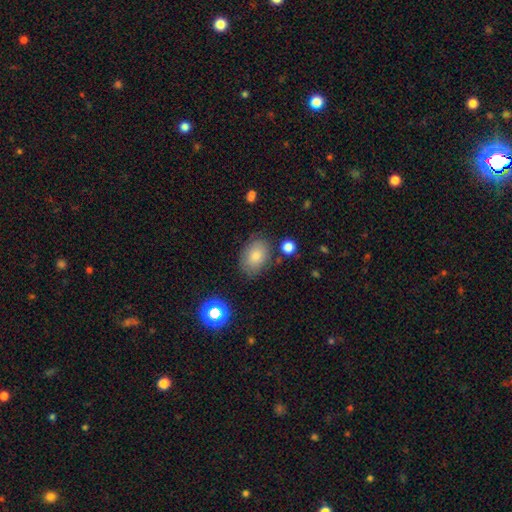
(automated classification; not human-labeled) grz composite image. It shows a smooth galaxy with no disk features (74%) that is in between round and cigar-shaped (75%). Merging: none (78%).